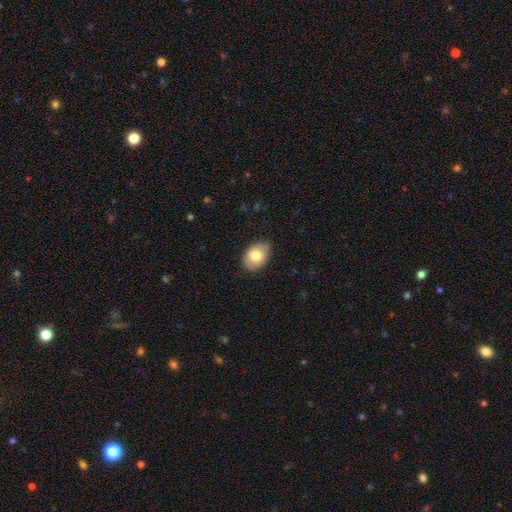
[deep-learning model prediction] Smooth or featured? smooth (77%)
How rounded? in between (83%)
Merging? none (82%)